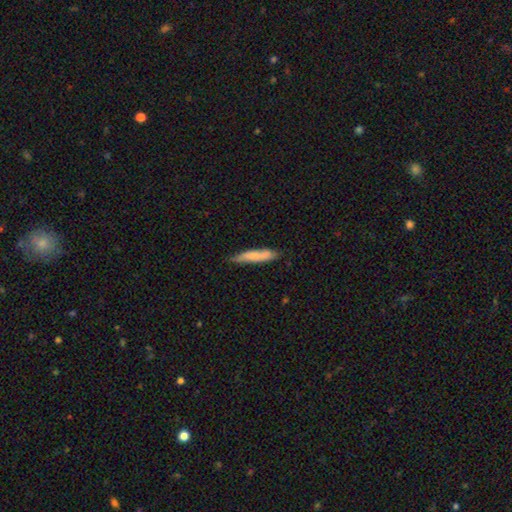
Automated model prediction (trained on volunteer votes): This is likely a smooth galaxy (72%). How rounded: clearly cigar-shaped (87%). Merging: likely none (75%).